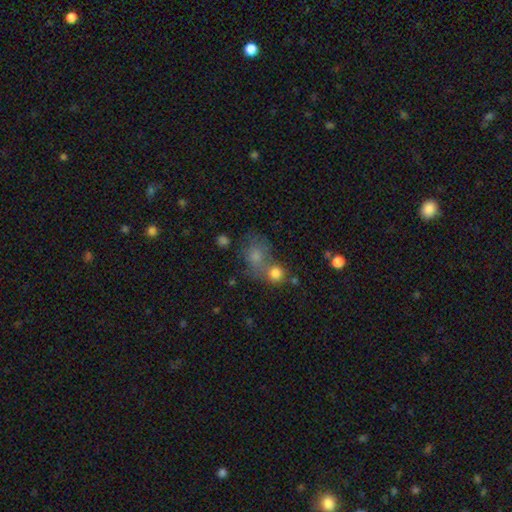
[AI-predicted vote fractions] Smooth or featured? Predicted: smooth (p=0.72). How rounded? Predicted: round (p=0.57). Merging? Predicted: merger (p=0.41).